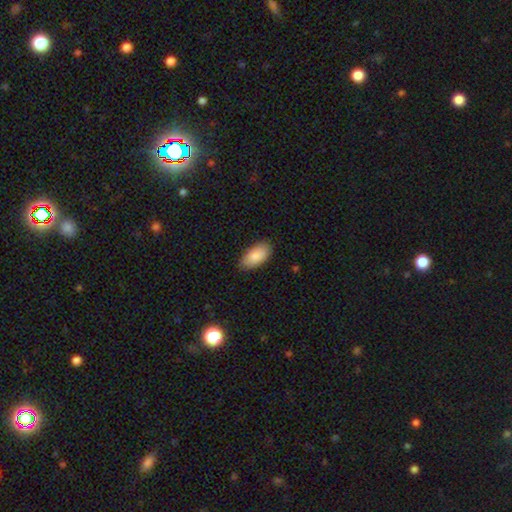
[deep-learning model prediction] Q: Smooth or featured?
A: smooth (85%); runner-up: featured or disk (9%)
Q: How rounded?
A: in between (94%); runner-up: cigar-shaped (3%)
Q: Merging?
A: none (84%); runner-up: minor disturbance (13%)